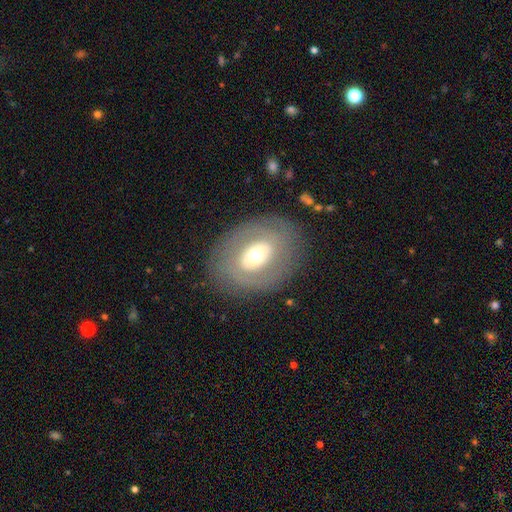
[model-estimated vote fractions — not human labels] Smooth or featured: featured or disk — 53% (smooth — 40%)
Edge-on disk: no — 92% (yes — 8%)
Merging: none — 81% (minor disturbance — 11%)